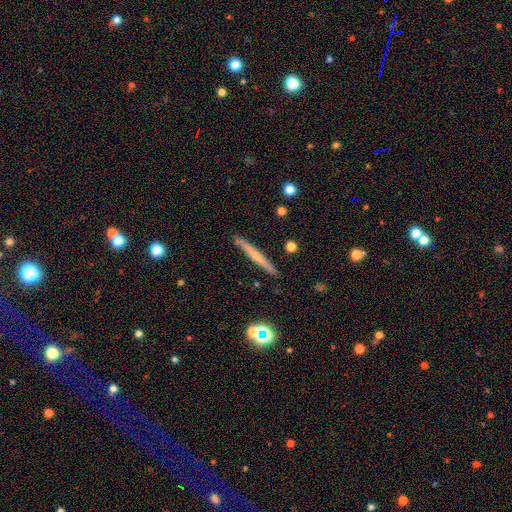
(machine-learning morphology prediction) This is possibly a smooth galaxy (49%). Merging: clearly none (88%).